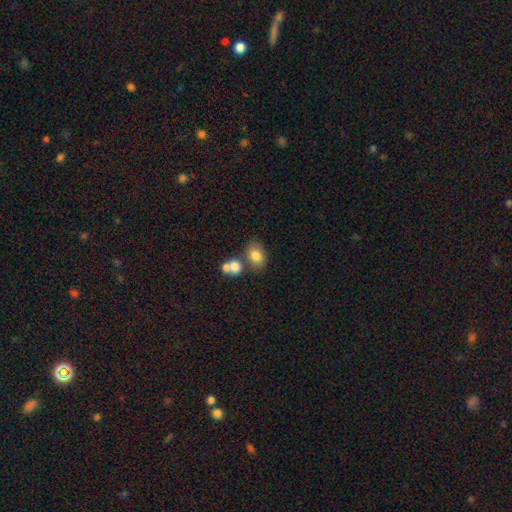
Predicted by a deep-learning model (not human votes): smooth-or-featured: smooth: 80% | featured or disk: 11% | star or artifact: 9%
  how-rounded: in between: 64% | round: 34% | cigar-shaped: 1%
  merging: none: 58% | merger: 25% | minor disturbance: 12% | major disturbance: 4%